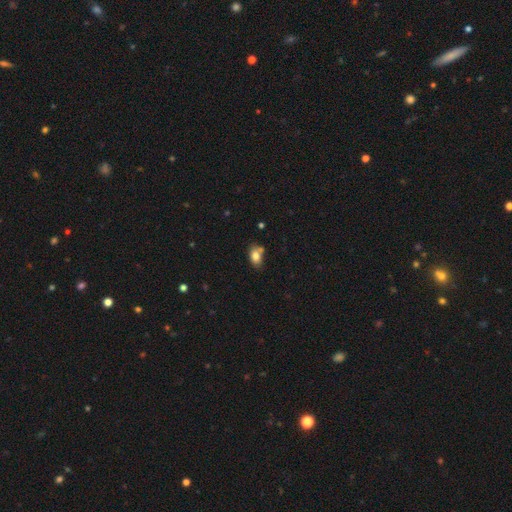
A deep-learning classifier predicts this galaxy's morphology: Q: Smooth or featured?
A: smooth (81%); runner-up: featured or disk (10%)
Q: How rounded?
A: in between (85%); runner-up: round (13%)
Q: Merging?
A: none (60%); runner-up: minor disturbance (18%)